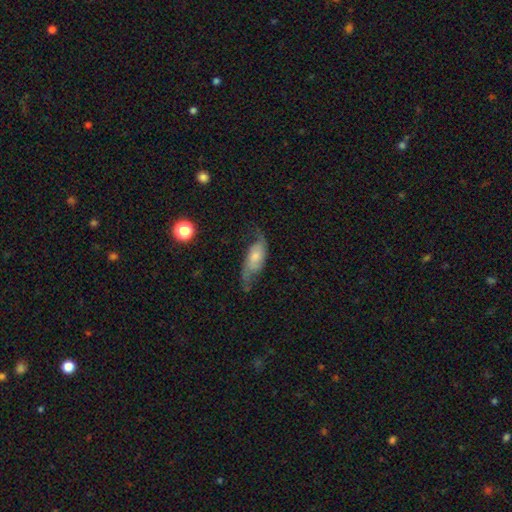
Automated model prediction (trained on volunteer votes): Morphology: type=featured or disk (73%); edge-on=no (88%); bar=no (66%); spiral arms=yes (92%); winding=loose (56%); arm count=2 (88%); bulge=moderate (43%); merging=none (64%).